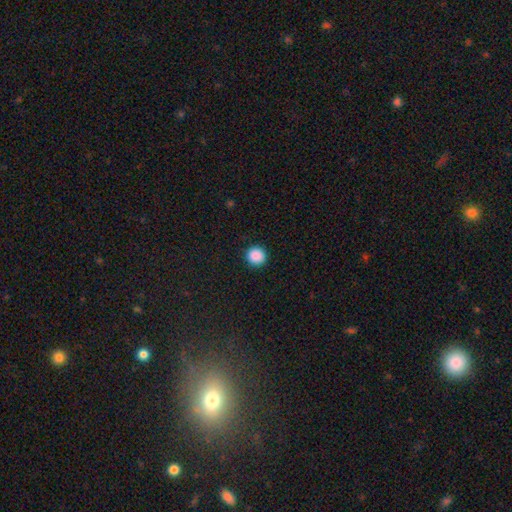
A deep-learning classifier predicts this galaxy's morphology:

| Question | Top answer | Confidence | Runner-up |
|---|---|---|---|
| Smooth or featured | smooth | 89% | star or artifact (9%) |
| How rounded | round | 95% | in between (4%) |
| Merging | none | 92% | minor disturbance (5%) |